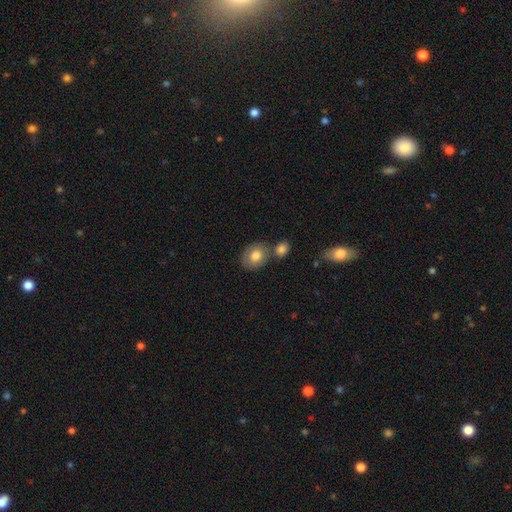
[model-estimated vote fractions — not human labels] Overall: smooth (79%). How rounded: round (52%; in between 47%). Merging: none (56%; merger 27%).